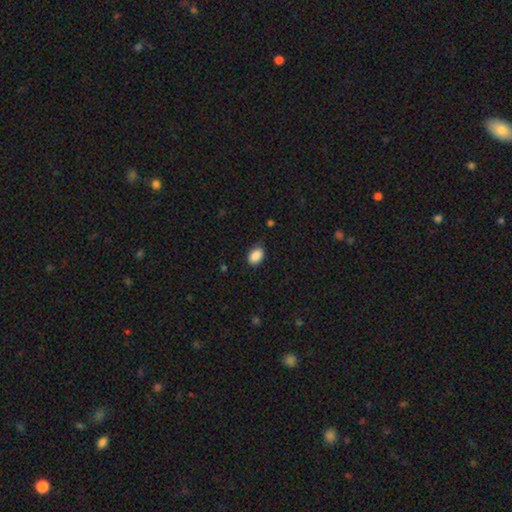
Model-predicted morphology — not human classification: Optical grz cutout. It shows a smooth galaxy with no disk features (89%) that is in between round and cigar-shaped (85%). Merging: none (76%).